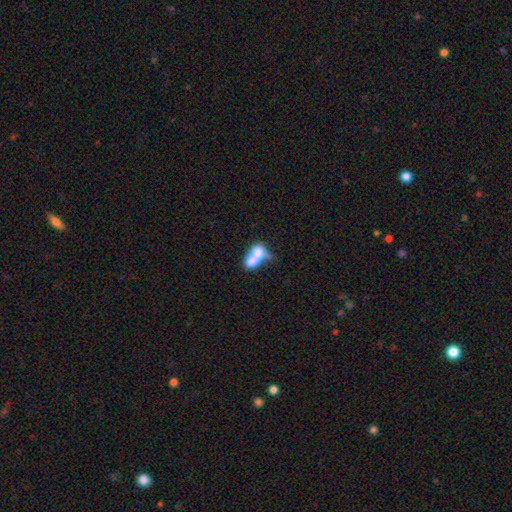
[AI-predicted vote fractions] Smooth or featured? Predicted: smooth (p=0.64). How rounded? Predicted: in between (p=0.73). Merging? Predicted: merger (p=0.71).